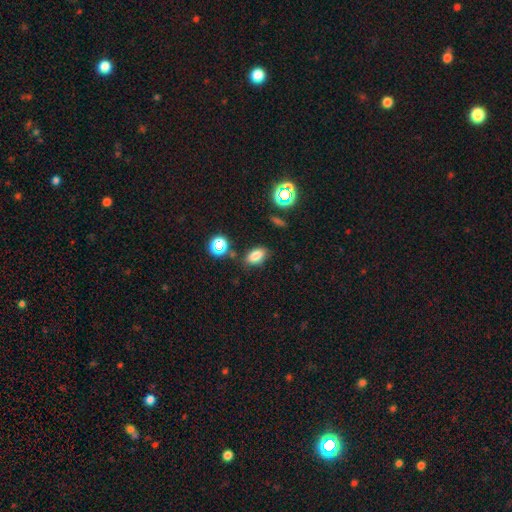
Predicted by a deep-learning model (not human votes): Morphology: type=smooth (78%); roundness=in between (85%); merging=none (81%).